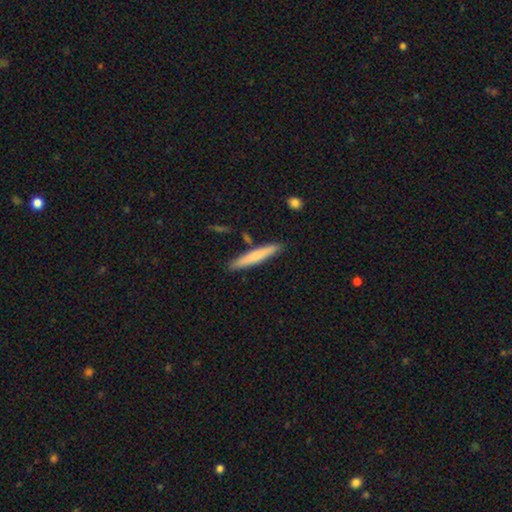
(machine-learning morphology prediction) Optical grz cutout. It shows a smooth galaxy with no disk features (71%) that is cigar-shaped (94%). Merging: none (87%).